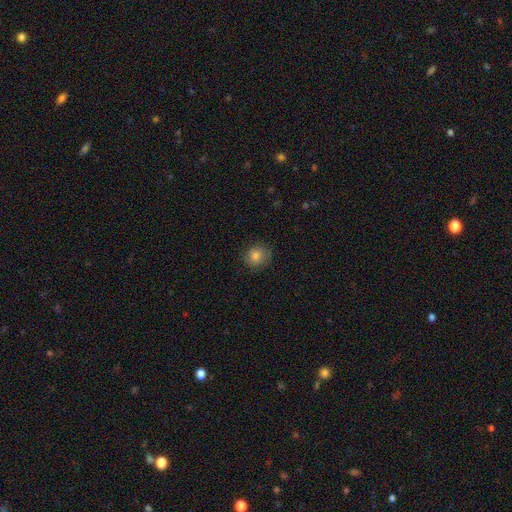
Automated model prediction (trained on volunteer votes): smooth-or-featured: smooth: 82% | star or artifact: 11% | featured or disk: 7%
  how-rounded: round: 88% | in between: 11% | cigar-shaped: 1%
  merging: none: 85% | minor disturbance: 12% | major disturbance: 3% | merger: 1%